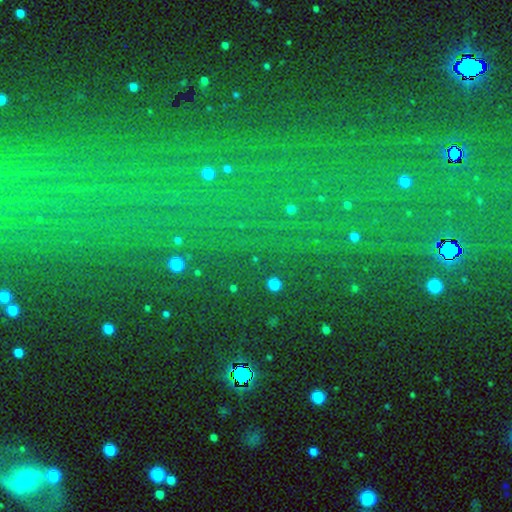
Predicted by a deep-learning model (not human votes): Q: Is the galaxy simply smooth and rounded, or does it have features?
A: star or artifact — 79%.